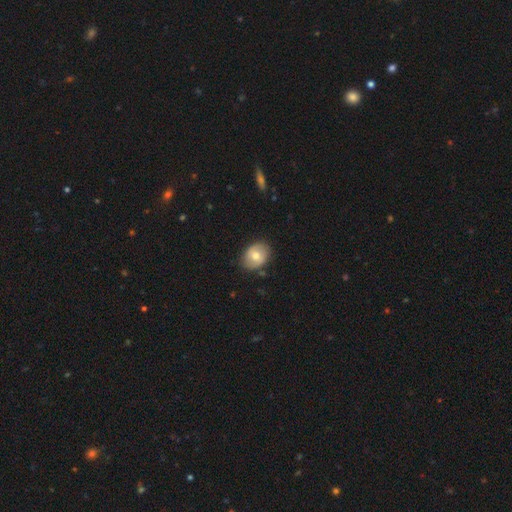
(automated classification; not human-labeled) A smooth galaxy with no disk features (65%) that is in between round and cigar-shaped (62%).

Vote fractions:
- Smooth or featured? smooth: 65% / featured or disk: 28% / star or artifact: 7%
- How rounded? in between: 62% / round: 37% / cigar-shaped: 1%
- Merging? none: 82% / minor disturbance: 14% / major disturbance: 3% / merger: 1%